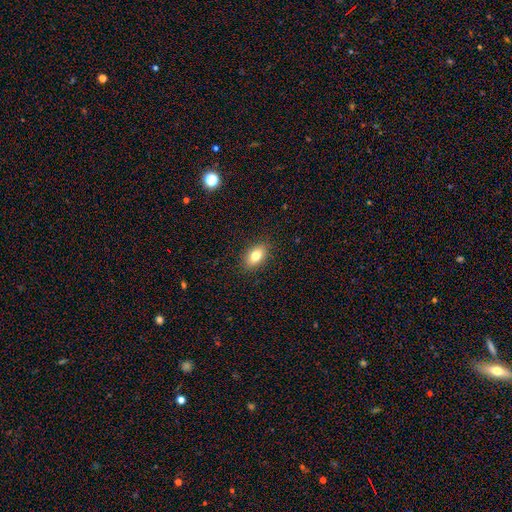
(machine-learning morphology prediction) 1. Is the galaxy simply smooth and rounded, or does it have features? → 80% smooth, 11% featured or disk, 9% star or artifact.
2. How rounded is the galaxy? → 86% in between, 11% round, 3% cigar-shaped.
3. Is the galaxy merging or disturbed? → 88% none, 9% minor disturbance, 2% major disturbance, 1% merger.